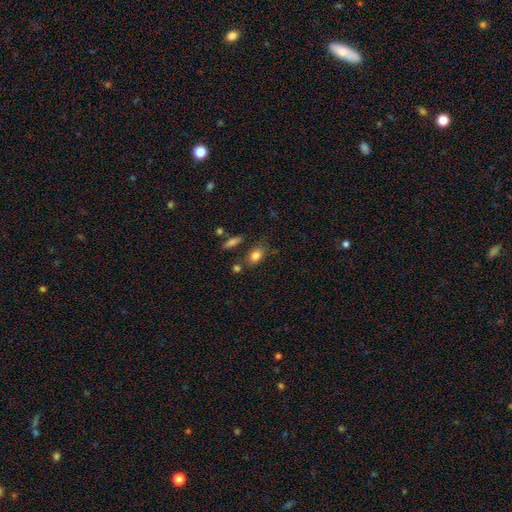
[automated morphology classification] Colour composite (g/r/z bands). It shows a smooth galaxy with no disk features (82%) that is in between round and cigar-shaped (74%). Merging: none (70%).